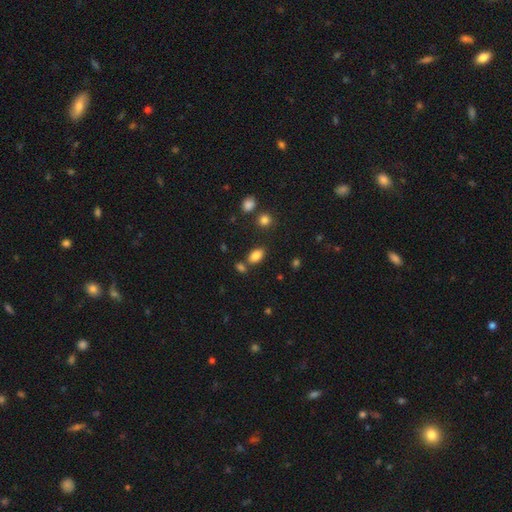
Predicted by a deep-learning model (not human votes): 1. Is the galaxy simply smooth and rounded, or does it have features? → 83% smooth, 10% star or artifact, 7% featured or disk.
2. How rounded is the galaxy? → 89% in between, 8% round, 2% cigar-shaped.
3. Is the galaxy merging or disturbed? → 71% none, 14% merger, 12% minor disturbance, 3% major disturbance.